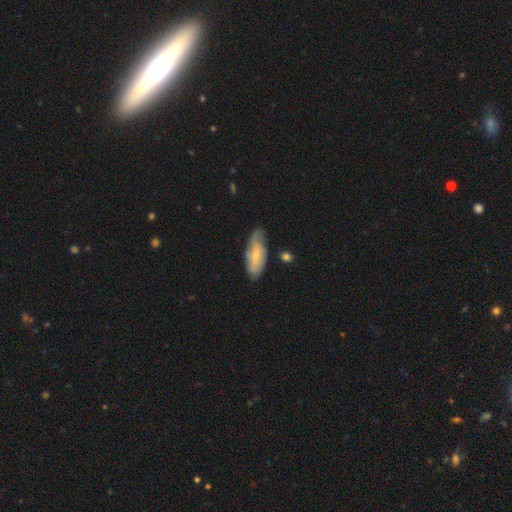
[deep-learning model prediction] Morphology: type=featured or disk (54%); edge-on=no (85%); merging=none (60%).